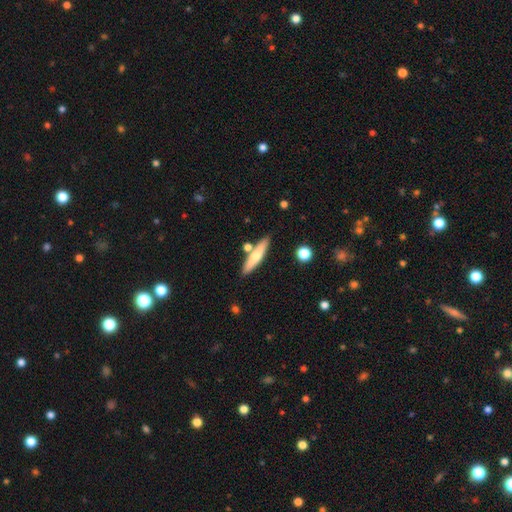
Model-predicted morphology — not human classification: smooth_or_featured: smooth (p=0.57) [alt: featured or disk p=0.37]
how_rounded: cigar-shaped (p=0.84) [alt: in between p=0.14]
merging: none (p=0.79) [alt: minor disturbance p=0.10]